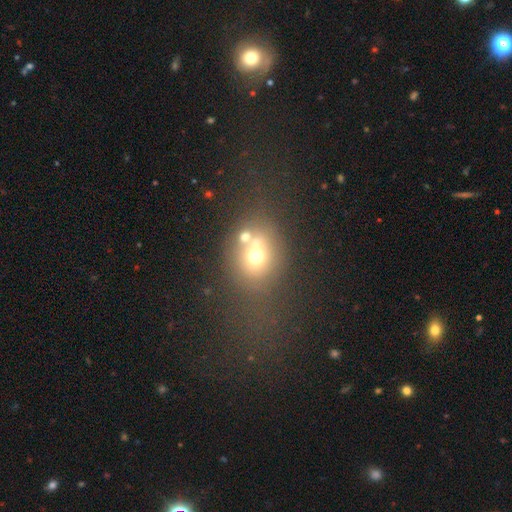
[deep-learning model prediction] This is likely a smooth galaxy (61%). How rounded: likely round (65%). Merging: possibly none (45%).